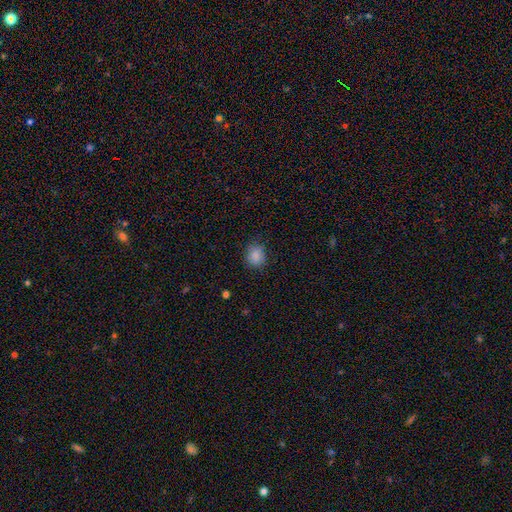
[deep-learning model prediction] Smooth or featured? smooth (87%)
How rounded? round (73%)
Merging? none (84%)